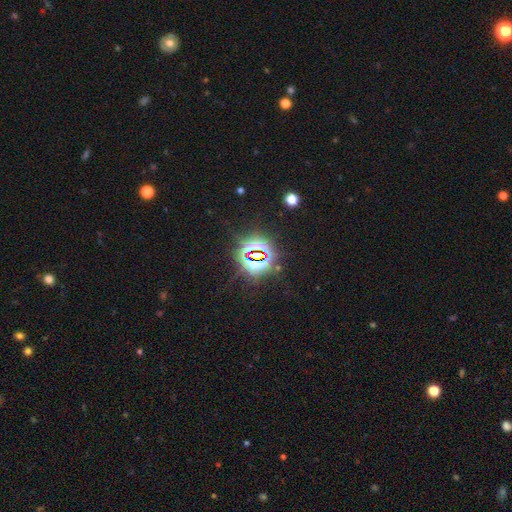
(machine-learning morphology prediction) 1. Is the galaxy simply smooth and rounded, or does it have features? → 81% star or artifact, 12% smooth, 8% featured or disk.